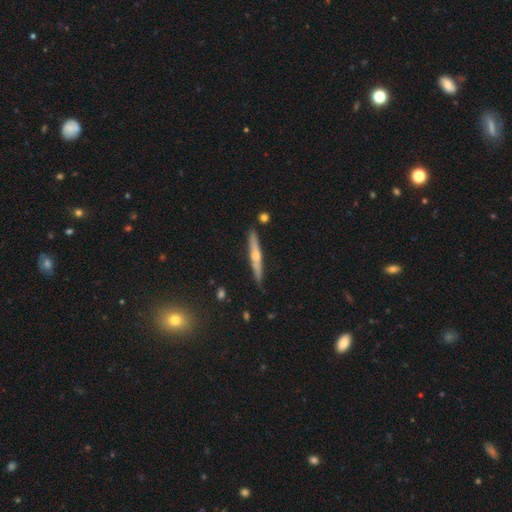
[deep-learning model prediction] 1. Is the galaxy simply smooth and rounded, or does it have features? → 64% featured or disk, 30% smooth, 6% star or artifact.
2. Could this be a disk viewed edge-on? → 97% yes, 3% no.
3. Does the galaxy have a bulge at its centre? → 85% rounded, 12% none, 4% boxy.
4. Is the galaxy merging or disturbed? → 88% none, 8% minor disturbance, 2% merger, 2% major disturbance.